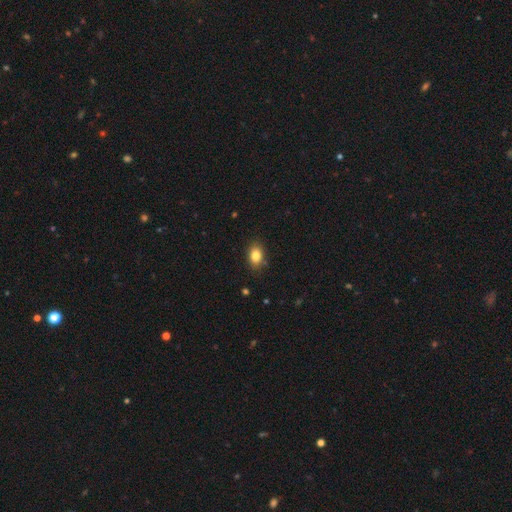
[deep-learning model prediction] Overall: smooth (83%). How rounded: in between (77%). Merging: none (84%).